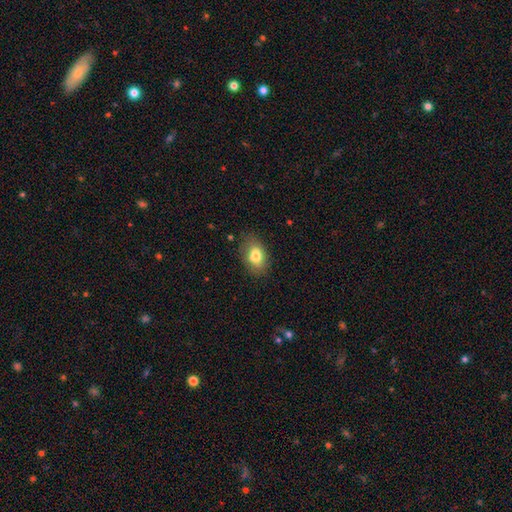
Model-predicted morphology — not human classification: The model was most divided on "merging": none: 78%, minor disturbance: 17%, major disturbance: 4%, merger: 1%. More confident: how rounded — in between (83%); smooth or featured — smooth (80%).